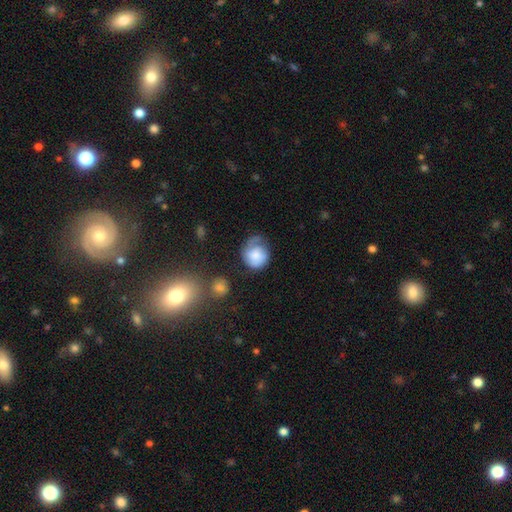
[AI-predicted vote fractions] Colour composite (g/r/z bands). It shows a smooth galaxy with no disk features (53%) that is round (72%). Merging: none (43%).